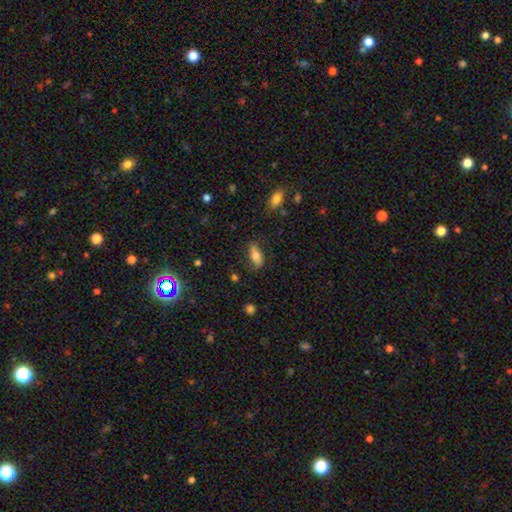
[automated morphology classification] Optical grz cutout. It shows a smooth galaxy with no disk features (74%) that is in between round and cigar-shaped (79%). Merging: none (77%).